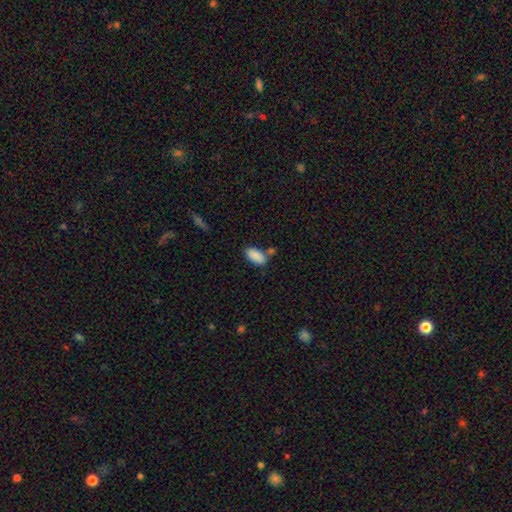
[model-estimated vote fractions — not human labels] Smooth or featured?
  - smooth: 88% *
  - star or artifact: 7%
  - featured or disk: 5%
How rounded?
  - in between: 93% *
  - cigar-shaped: 5%
  - round: 2%
Merging?
  - none: 65% *
  - merger: 16%
  - minor disturbance: 15%
  - major disturbance: 4%